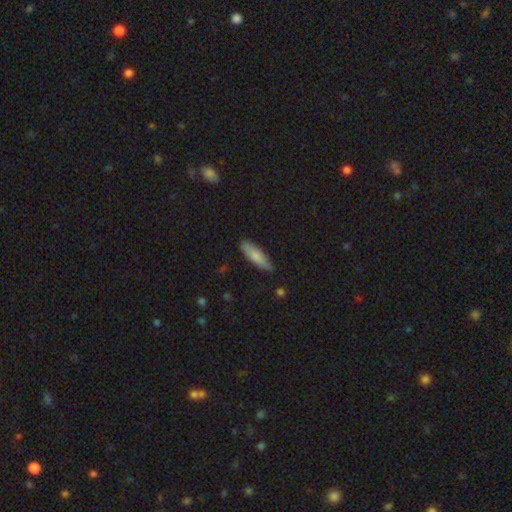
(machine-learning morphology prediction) type=smooth (80%); roundness=cigar-shaped (51%); merging=none (81%).